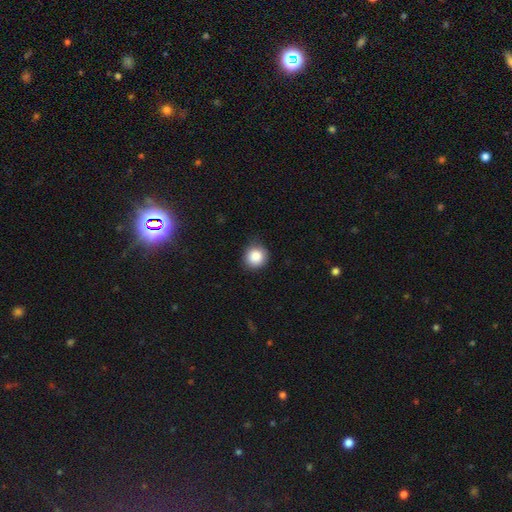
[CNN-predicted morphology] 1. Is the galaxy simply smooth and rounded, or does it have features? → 87% smooth, 9% star or artifact, 4% featured or disk.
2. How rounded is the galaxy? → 90% round, 9% in between, 1% cigar-shaped.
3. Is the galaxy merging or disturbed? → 83% none, 13% minor disturbance, 3% major disturbance, 1% merger.